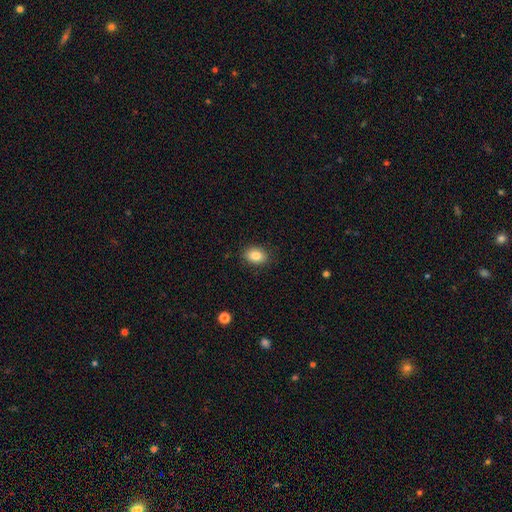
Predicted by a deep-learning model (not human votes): A smooth galaxy with no disk features (84%) that is in between round and cigar-shaped (77%). Merging: none (88%).